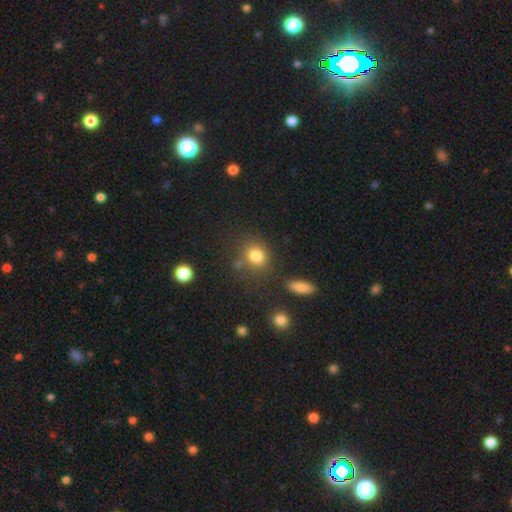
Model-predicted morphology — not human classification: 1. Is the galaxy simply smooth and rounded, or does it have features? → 81% smooth, 12% star or artifact, 7% featured or disk.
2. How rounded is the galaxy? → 69% round, 30% in between, 1% cigar-shaped.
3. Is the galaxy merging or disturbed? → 73% none, 13% minor disturbance, 9% merger, 5% major disturbance.